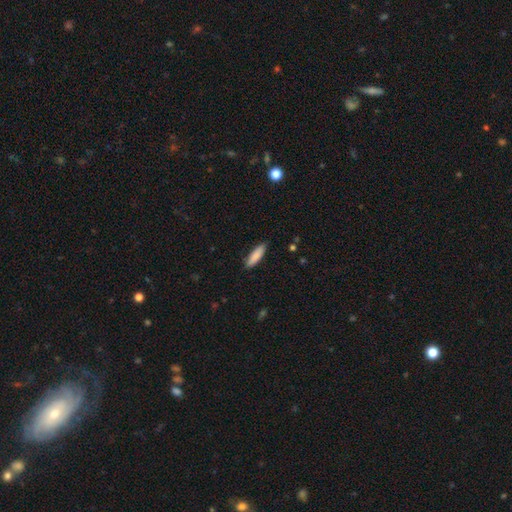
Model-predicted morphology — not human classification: This is clearly a smooth galaxy (86%). How rounded: likely cigar-shaped (62%). Merging: clearly none (86%).